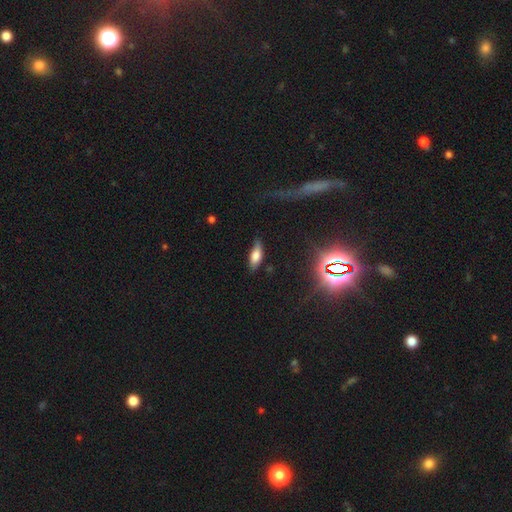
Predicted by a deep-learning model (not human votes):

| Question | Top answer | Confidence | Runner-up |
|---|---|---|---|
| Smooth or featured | smooth | 71% | featured or disk (18%) |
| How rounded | in between | 74% | cigar-shaped (23%) |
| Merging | none | 69% | minor disturbance (24%) |